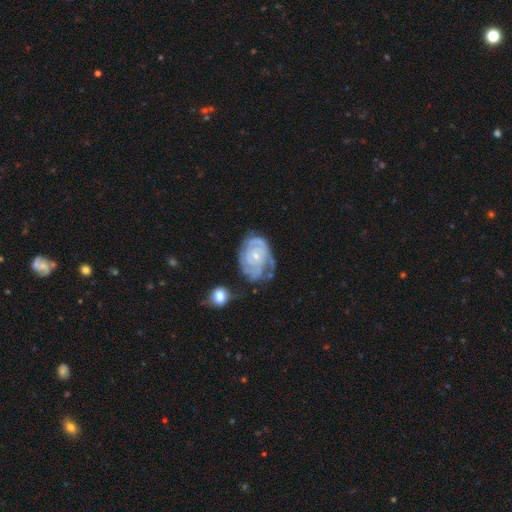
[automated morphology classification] A featured or disk galaxy (83%) with no bar (76%), tight (70%) spiral arms (91%) and a small central bulge (70%). Merging: none (49%).